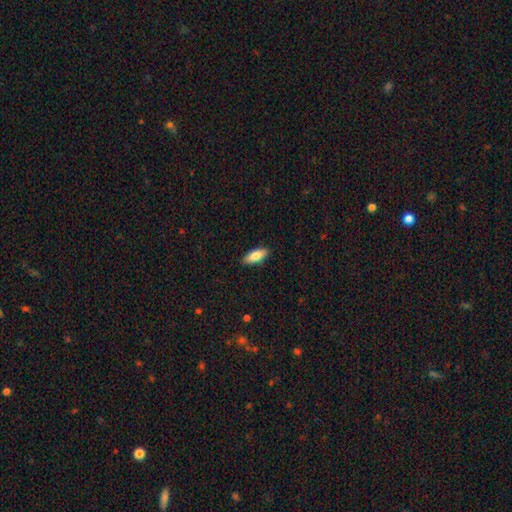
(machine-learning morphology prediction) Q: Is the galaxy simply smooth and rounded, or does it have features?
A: smooth — 81%.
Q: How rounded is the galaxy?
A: in between — 81%.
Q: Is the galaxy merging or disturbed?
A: none — 89%.